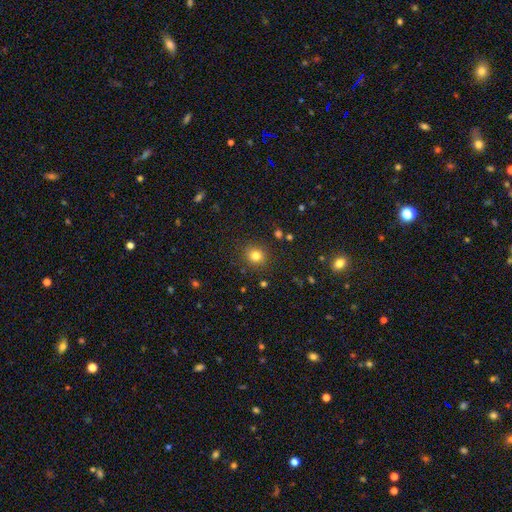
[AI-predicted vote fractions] smooth 80%, star or artifact 14%, featured or disk 6%. Down the decision tree: how rounded — round (88%); merging — none (88%).